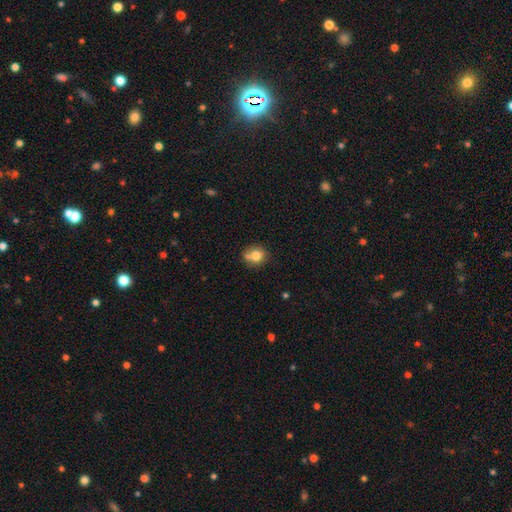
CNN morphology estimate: smooth 76%, featured or disk 14%, star or artifact 11%. Down the decision tree: how rounded — round (78%); merging — none (57%).